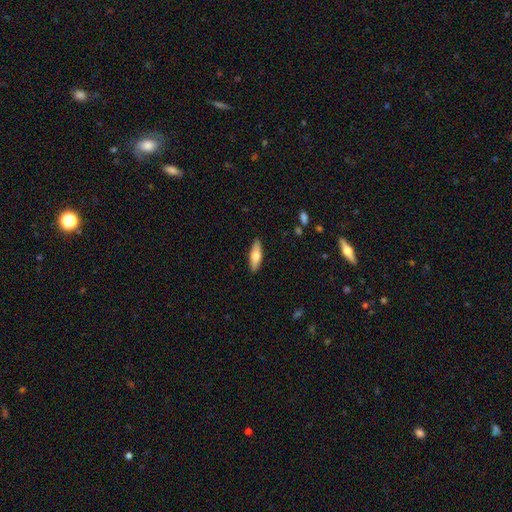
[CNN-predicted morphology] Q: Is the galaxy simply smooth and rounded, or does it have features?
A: smooth — 66%.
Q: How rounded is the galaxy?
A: in between — 51%.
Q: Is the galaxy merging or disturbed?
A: none — 89%.